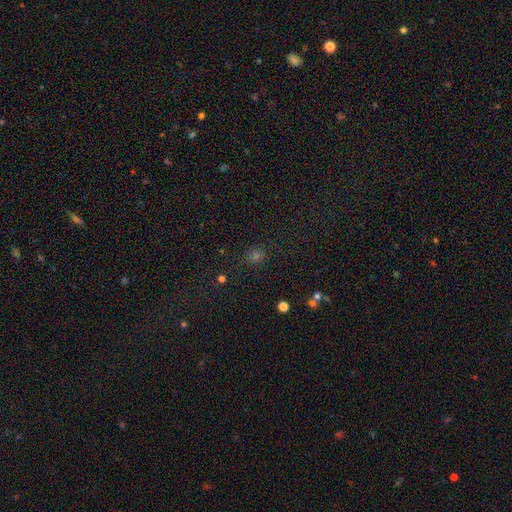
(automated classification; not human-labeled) Q: Smooth or featured?
A: smooth (58%); runner-up: star or artifact (35%)
Q: How rounded?
A: round (81%); runner-up: in between (17%)
Q: Merging?
A: none (85%); runner-up: minor disturbance (9%)